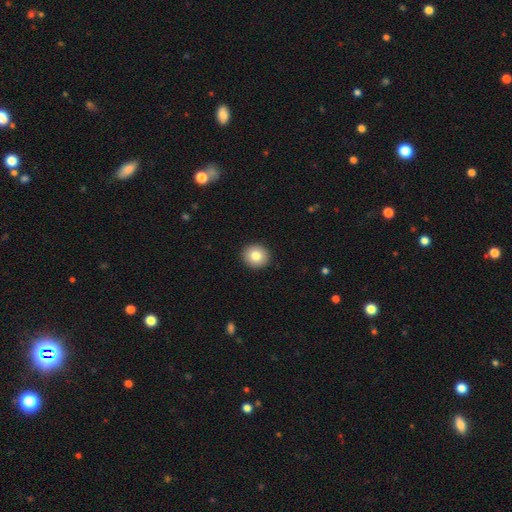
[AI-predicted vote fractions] smooth 81%, featured or disk 9%, star or artifact 9%. Down the decision tree: how rounded — round (88%); merging — none (93%).